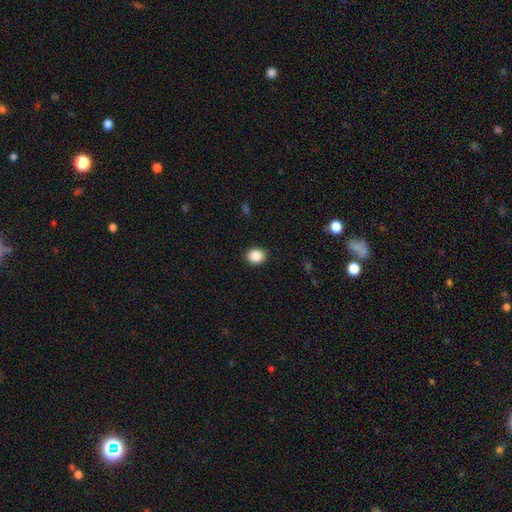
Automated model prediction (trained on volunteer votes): smooth_or_featured: smooth (p=0.88) [alt: star or artifact p=0.09]
how_rounded: round (p=0.60) [alt: in between p=0.39]
merging: none (p=0.90) [alt: minor disturbance p=0.07]